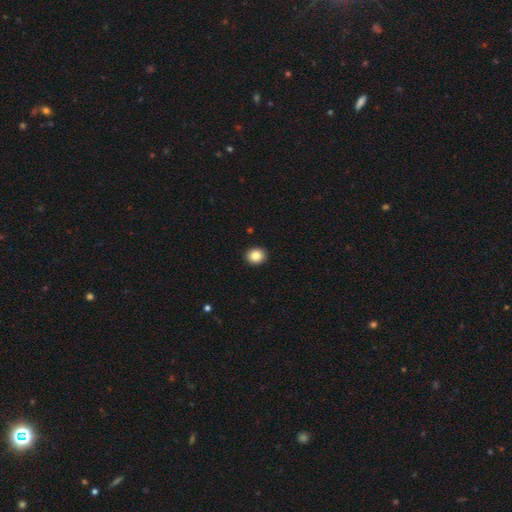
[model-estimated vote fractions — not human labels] Smooth or featured? smooth (86%)
How rounded? round (72%)
Merging? none (93%)